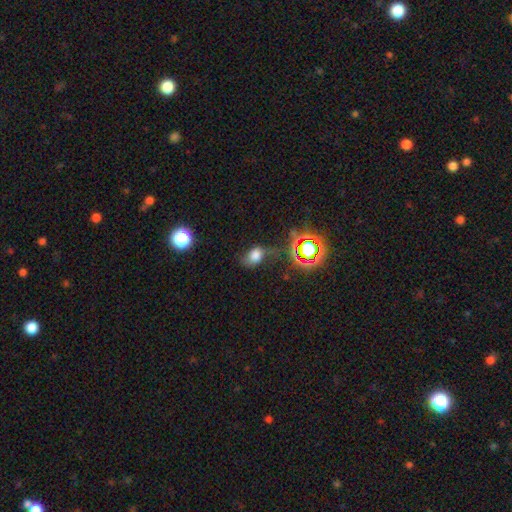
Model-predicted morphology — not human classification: type=smooth (59%); roundness=in between (70%); merging=none (44%).